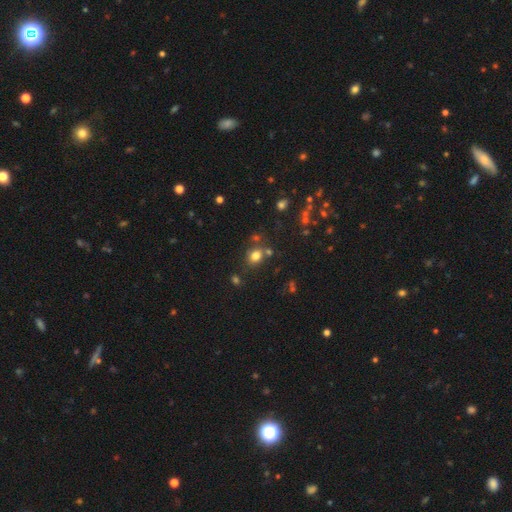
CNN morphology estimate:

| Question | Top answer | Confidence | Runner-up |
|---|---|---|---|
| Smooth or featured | smooth | 76% | star or artifact (16%) |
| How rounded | round | 61% | in between (38%) |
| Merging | none | 71% | minor disturbance (13%) |